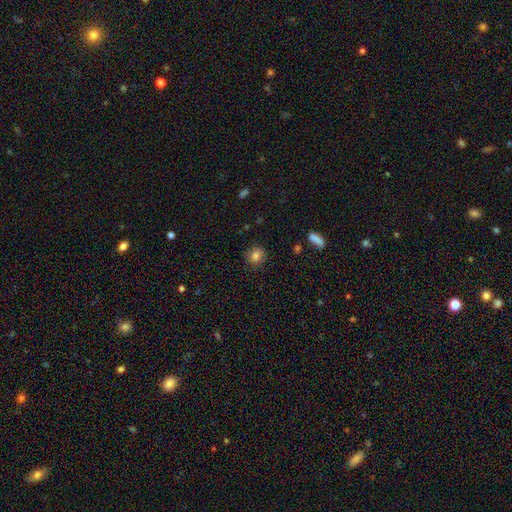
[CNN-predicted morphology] Overall: smooth (83%). How rounded: round (79%). Merging: none (85%).